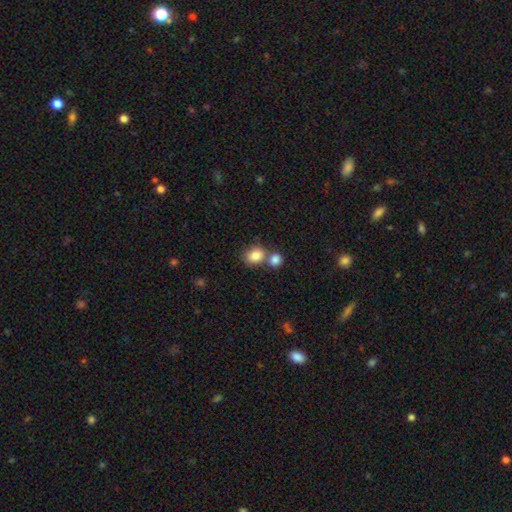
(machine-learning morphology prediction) smooth_or_featured: smooth (p=0.84) [alt: star or artifact p=0.09]
how_rounded: round (p=0.51) [alt: in between p=0.48]
merging: none (p=0.48) [alt: merger p=0.39]